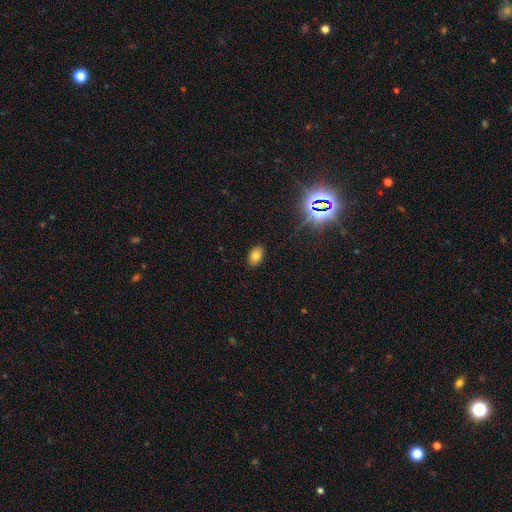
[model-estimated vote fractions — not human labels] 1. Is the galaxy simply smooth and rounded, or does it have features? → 76% smooth, 15% star or artifact, 9% featured or disk.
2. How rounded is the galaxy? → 83% in between, 16% round, 1% cigar-shaped.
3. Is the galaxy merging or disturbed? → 88% none, 9% minor disturbance, 2% major disturbance, 1% merger.